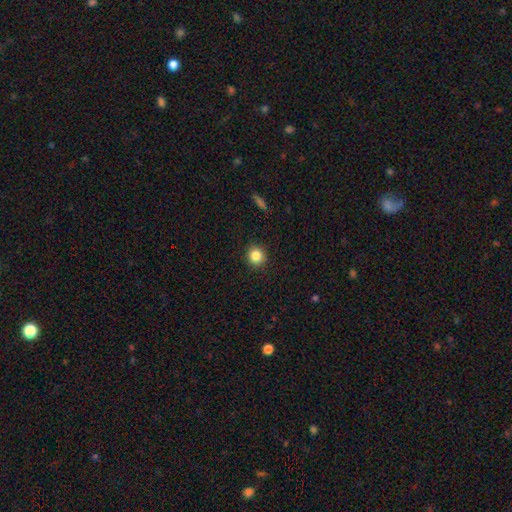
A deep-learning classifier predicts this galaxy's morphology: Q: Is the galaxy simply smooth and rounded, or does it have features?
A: smooth — 84%.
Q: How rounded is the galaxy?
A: round — 90%.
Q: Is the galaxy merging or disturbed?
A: none — 91%.